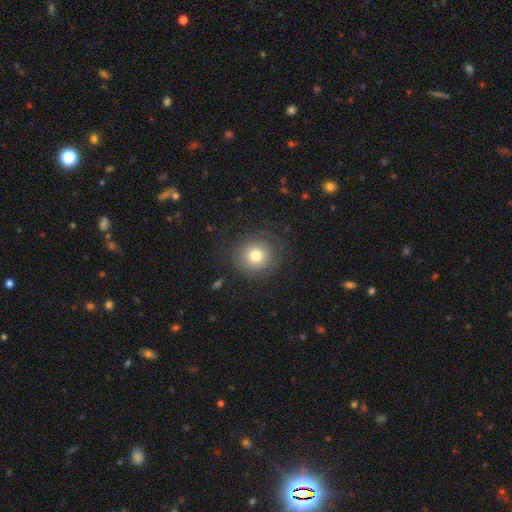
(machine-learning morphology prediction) A smooth galaxy with no disk features (75%) that is round (92%).

Vote fractions:
- Smooth or featured? smooth: 75% / featured or disk: 14% / star or artifact: 11%
- How rounded? round: 92% / in between: 7% / cigar-shaped: 1%
- Merging? none: 80% / minor disturbance: 12% / major disturbance: 7% / merger: 1%